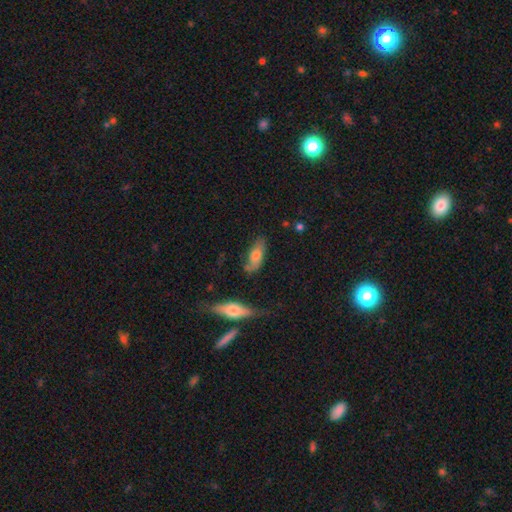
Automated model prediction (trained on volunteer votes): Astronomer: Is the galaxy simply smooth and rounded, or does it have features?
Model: smooth — 65%.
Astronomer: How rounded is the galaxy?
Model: in between — 71%.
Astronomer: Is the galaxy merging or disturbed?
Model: none — 59%.